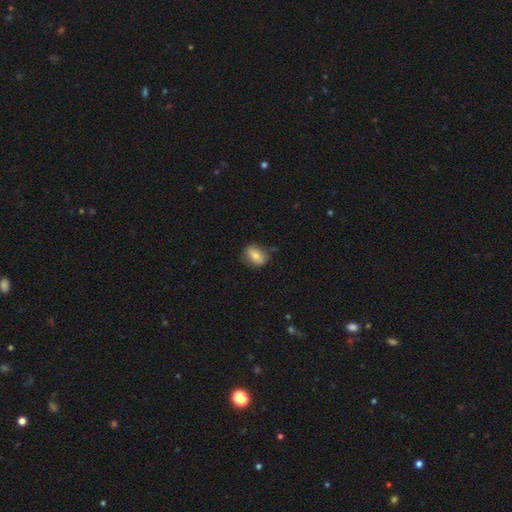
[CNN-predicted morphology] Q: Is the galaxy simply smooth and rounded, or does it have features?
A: smooth — 74%.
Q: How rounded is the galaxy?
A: in between — 72%.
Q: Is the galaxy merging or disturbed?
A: none — 76%.